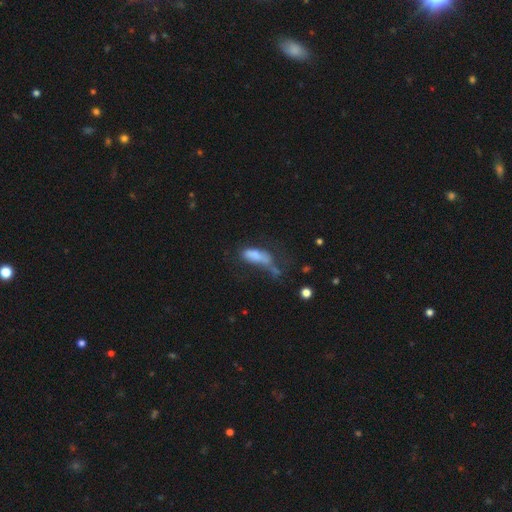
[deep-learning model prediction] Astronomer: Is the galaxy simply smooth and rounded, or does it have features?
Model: smooth — 68%.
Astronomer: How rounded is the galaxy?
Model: in between — 69%.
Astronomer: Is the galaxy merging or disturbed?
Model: major disturbance — 43% (runner-up: minor disturbance, 20%).